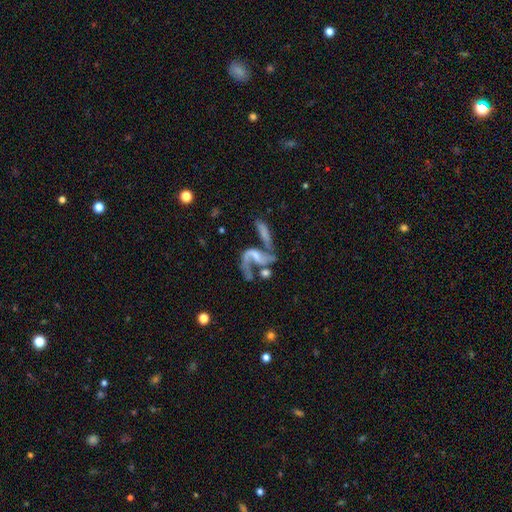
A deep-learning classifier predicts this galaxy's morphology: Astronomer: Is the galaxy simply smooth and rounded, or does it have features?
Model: featured or disk — 77%.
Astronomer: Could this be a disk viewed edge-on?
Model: no — 94%.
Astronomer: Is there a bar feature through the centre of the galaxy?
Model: no — 48% (runner-up: weak, 32%).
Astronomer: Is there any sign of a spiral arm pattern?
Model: yes — 81%.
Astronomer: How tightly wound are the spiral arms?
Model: loose — 77%.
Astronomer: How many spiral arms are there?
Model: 2 — 74%.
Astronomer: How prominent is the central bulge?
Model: small — 40% (runner-up: none, 35%).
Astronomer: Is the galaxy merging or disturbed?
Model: merger — 37% (runner-up: none, 27%).